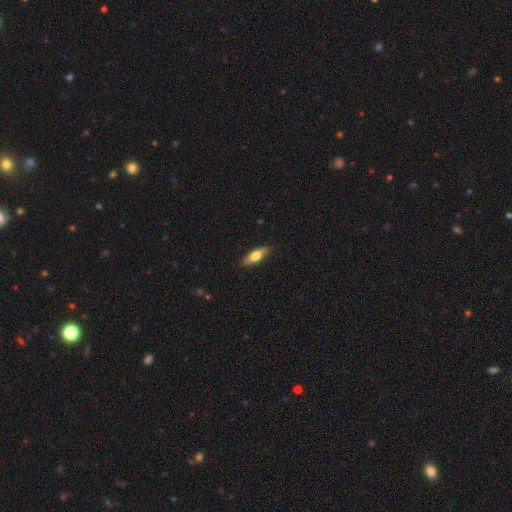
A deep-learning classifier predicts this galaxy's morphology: Smooth or featured? smooth (62%)
How rounded? in between (58%)
Merging? none (87%)